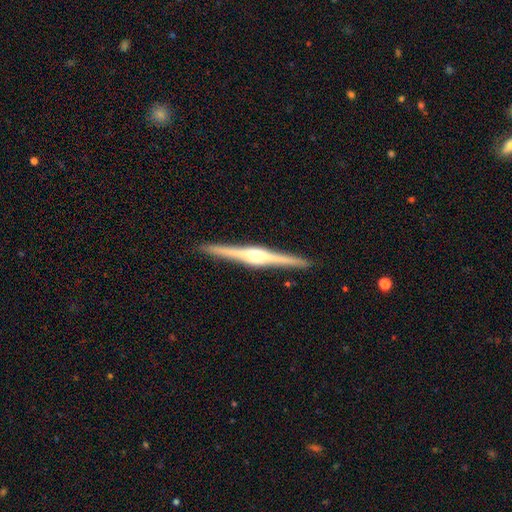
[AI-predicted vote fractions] Smooth or featured? Predicted: featured or disk (p=0.86). Edge-on disk? Predicted: yes (p=0.99). Edge-on bulge? Predicted: rounded (p=0.93). Merging? Predicted: none (p=0.92).